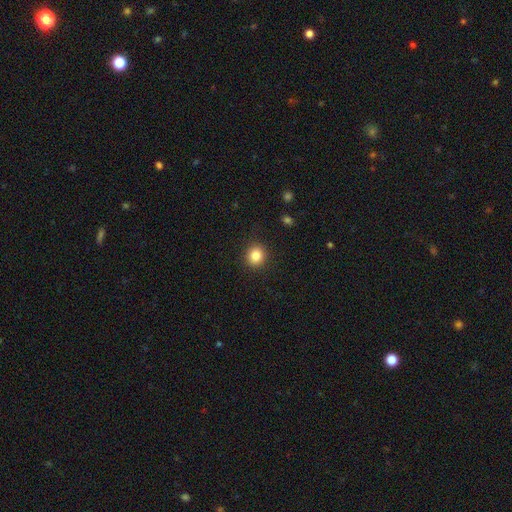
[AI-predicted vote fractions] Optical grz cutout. It shows a smooth galaxy with no disk features (84%) that is round (87%). Merging: none (91%).